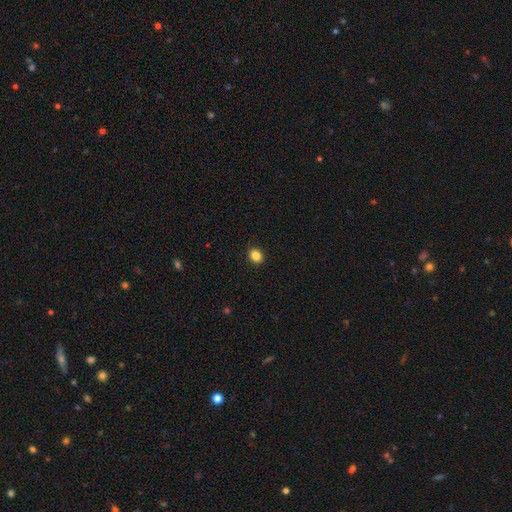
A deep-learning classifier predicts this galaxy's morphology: Smooth or featured: smooth — 86% (star or artifact — 10%)
How rounded: round — 52% (in between — 47%)
Merging: none — 91% (minor disturbance — 6%)